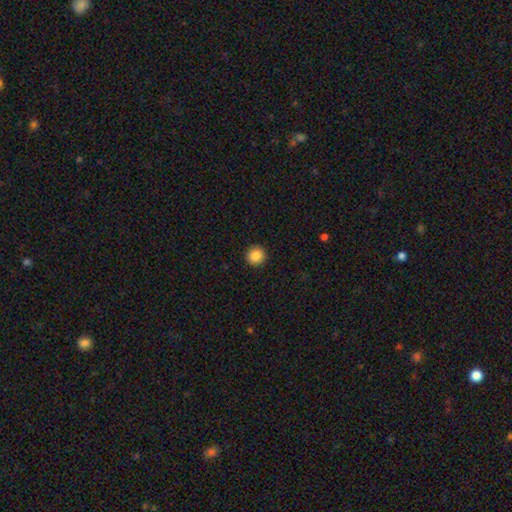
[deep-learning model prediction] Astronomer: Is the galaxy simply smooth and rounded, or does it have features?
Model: smooth — 87%.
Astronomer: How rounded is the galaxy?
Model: round — 95%.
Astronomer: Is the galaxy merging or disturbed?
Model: none — 93%.